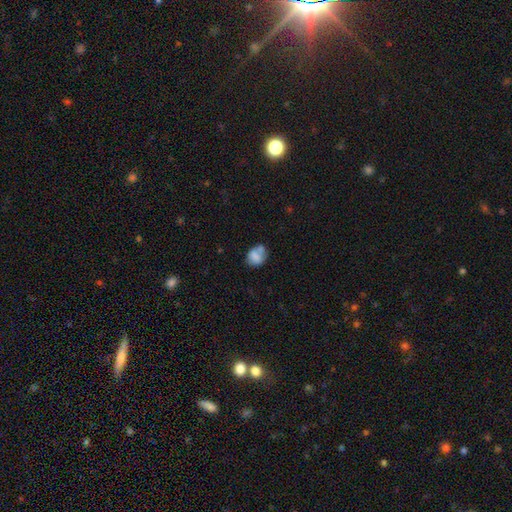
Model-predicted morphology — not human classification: Smooth or featured? Predicted: smooth (p=0.71). How rounded? Predicted: round (p=0.52). Merging? Predicted: none (p=0.41).